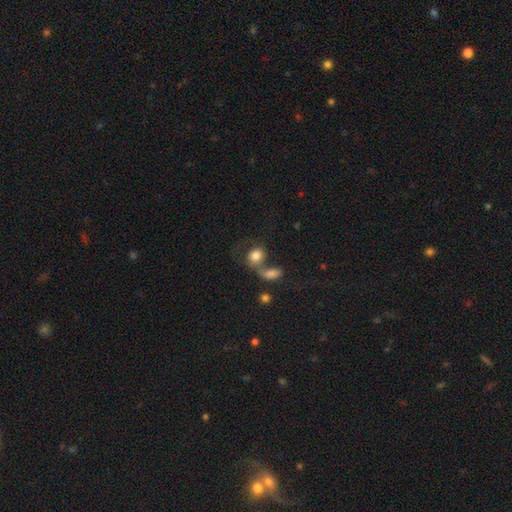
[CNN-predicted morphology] A smooth galaxy with no disk features (74%) that is in between round and cigar-shaped (51%).

Vote fractions:
- Smooth or featured? smooth: 74% / featured or disk: 17% / star or artifact: 9%
- How rounded? in between: 51% / round: 47% / cigar-shaped: 2%
- Merging? merger: 51% / none: 25% / major disturbance: 13% / minor disturbance: 11%